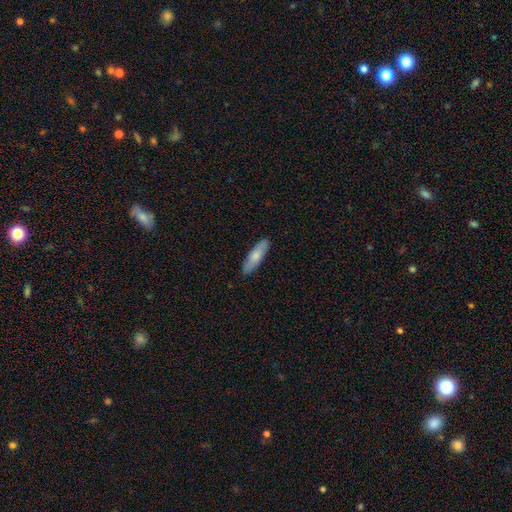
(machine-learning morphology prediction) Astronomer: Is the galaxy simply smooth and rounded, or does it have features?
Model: smooth — 75%.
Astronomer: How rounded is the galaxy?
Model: cigar-shaped — 54% (runner-up: in between, 44%).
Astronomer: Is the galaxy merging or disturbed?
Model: none — 88%.